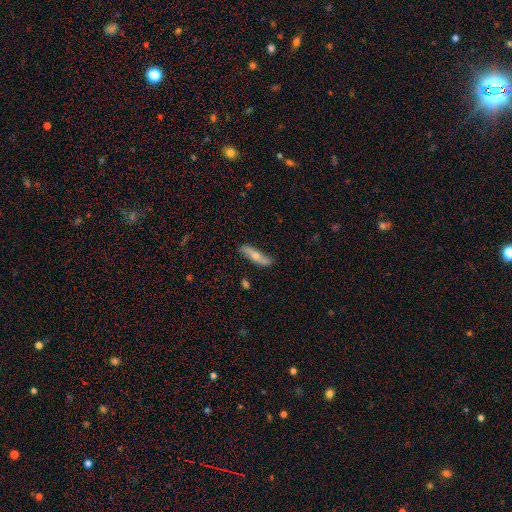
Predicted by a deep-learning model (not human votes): Smooth or featured? smooth (58%)
How rounded? cigar-shaped (72%)
Merging? none (82%)